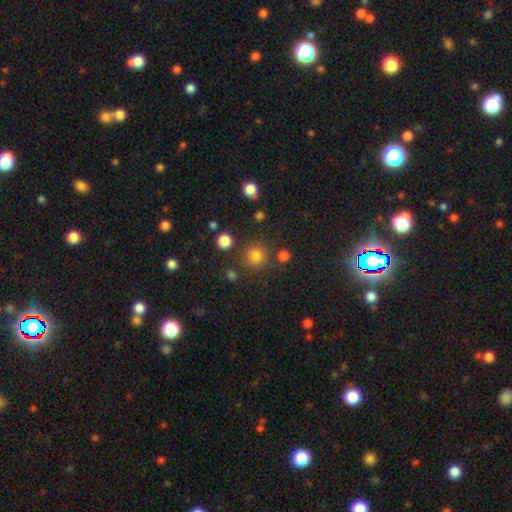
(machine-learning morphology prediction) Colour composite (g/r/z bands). It shows a smooth galaxy with no disk features (81%) that is round (93%). Merging: none (83%).